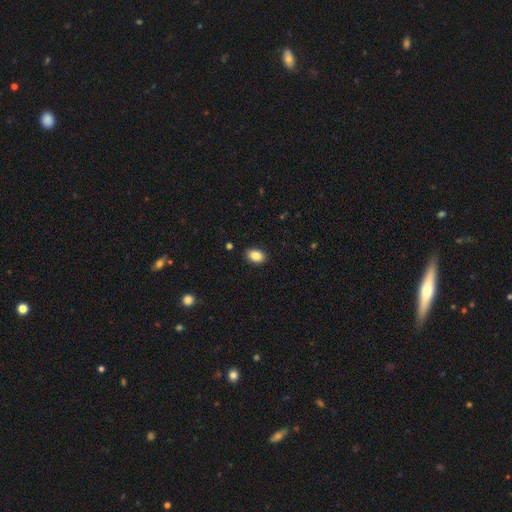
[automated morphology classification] Q: Smooth or featured?
A: smooth (87%); runner-up: star or artifact (8%)
Q: How rounded?
A: in between (87%); runner-up: round (12%)
Q: Merging?
A: none (88%); runner-up: minor disturbance (9%)